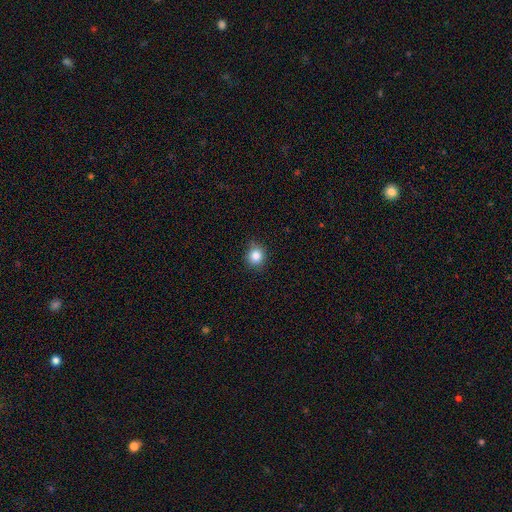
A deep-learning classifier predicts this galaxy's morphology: Overall: smooth (85%). How rounded: round (84%). Merging: none (84%).